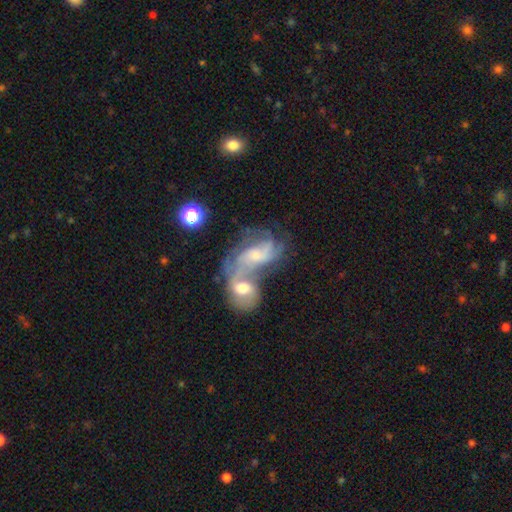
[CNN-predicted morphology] This appears to be a featured or disk galaxy (66%) with no bar (41%, tied with weak), spiral arms (78%) and a moderate central bulge (48%). Merging: merger (68%).